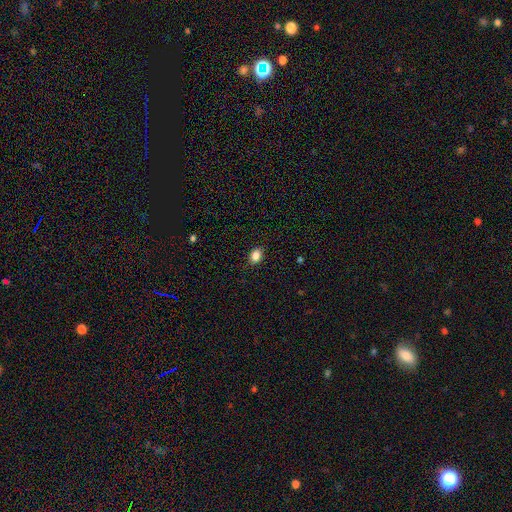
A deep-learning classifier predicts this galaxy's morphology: Smooth or featured?
  - smooth: 86% *
  - star or artifact: 10%
  - featured or disk: 5%
How rounded?
  - in between: 71% *
  - round: 27%
  - cigar-shaped: 1%
Merging?
  - none: 88% *
  - minor disturbance: 9%
  - major disturbance: 2%
  - merger: 1%